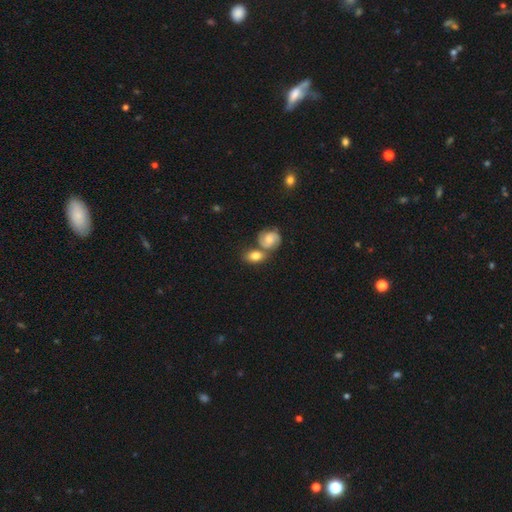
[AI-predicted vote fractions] Q: Smooth or featured?
A: smooth (63%); runner-up: featured or disk (29%)
Q: How rounded?
A: in between (73%); runner-up: round (23%)
Q: Merging?
A: none (45%); runner-up: merger (39%)